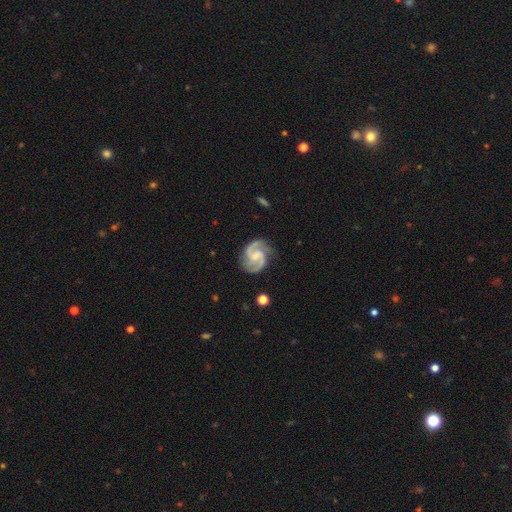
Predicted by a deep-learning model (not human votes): Smooth or featured: featured or disk — 93% (star or artifact — 4%)
Edge-on disk: no — 98% (yes — 2%)
Bar: weak — 45% (no — 42%)
Spiral arms: yes — 99% (no — 1%)
Spiral winding: medium — 60% (tight — 28%)
Spiral arm count: 2 — 91% (3 — 4%)
Bulge size: small — 45% (none — 28%)
Merging: none — 81% (minor disturbance — 14%)